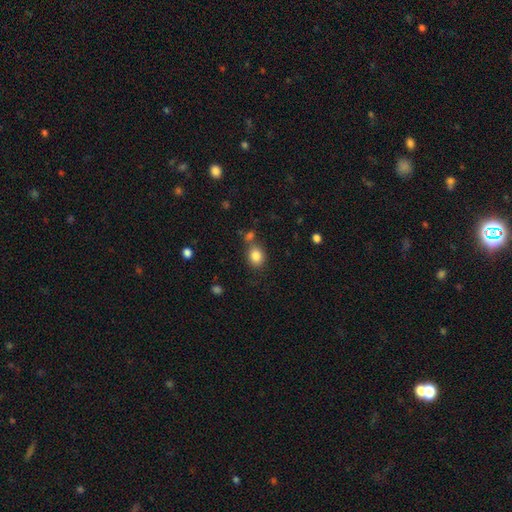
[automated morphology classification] smooth 85%, star or artifact 10%, featured or disk 6%. Down the decision tree: how rounded — round (55%); merging — none (70%).